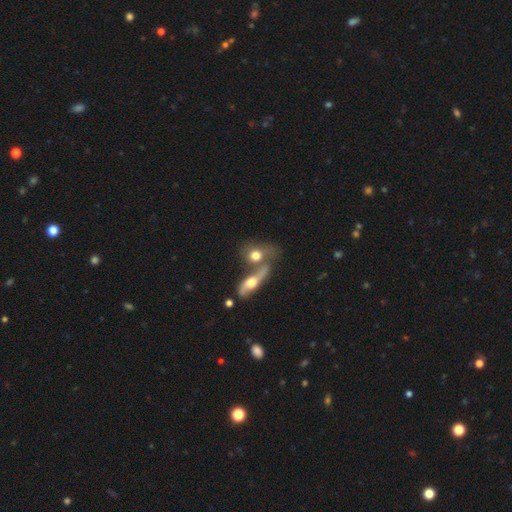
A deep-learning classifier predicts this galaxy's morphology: smooth_or_featured: smooth (p=0.58) [alt: featured or disk p=0.34]
how_rounded: in between (p=0.53) [alt: round p=0.39]
merging: merger (p=0.56) [alt: none p=0.26]